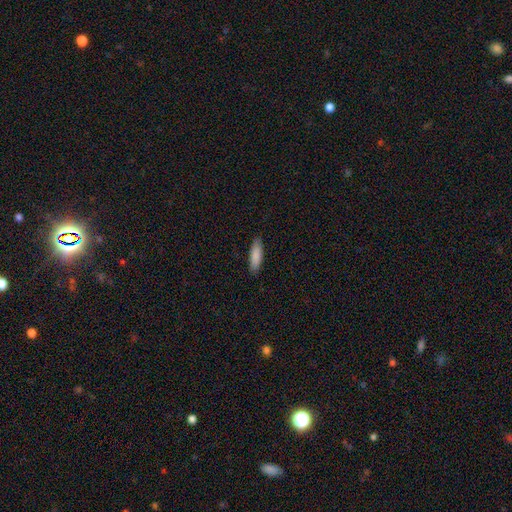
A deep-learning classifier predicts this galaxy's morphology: Smooth or featured? smooth (87%)
How rounded? cigar-shaped (54%)
Merging? none (88%)